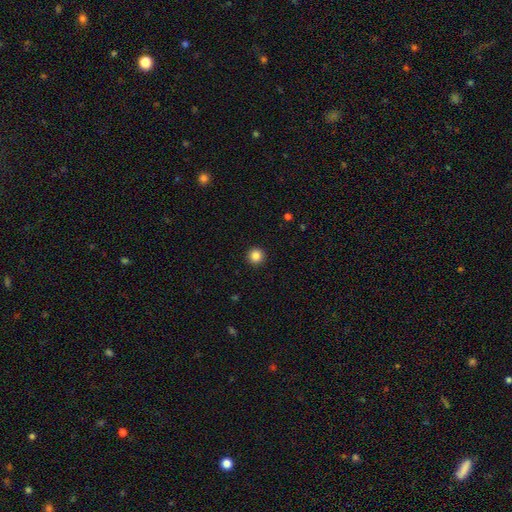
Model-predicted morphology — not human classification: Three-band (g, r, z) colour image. It shows a smooth galaxy with no disk features (86%) that is round (96%). Merging: none (94%).